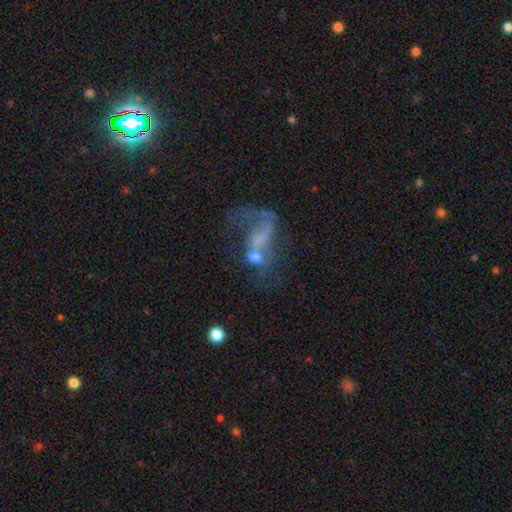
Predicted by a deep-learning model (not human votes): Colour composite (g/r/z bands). It shows a featured or disk galaxy (52%). Merging: merger (38%).